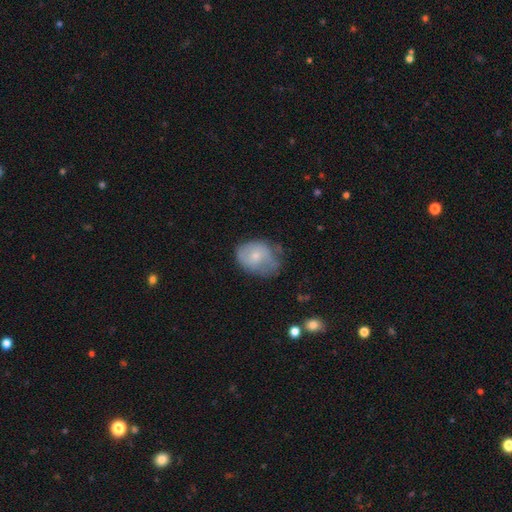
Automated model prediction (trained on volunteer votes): The model was most divided on "merging": none: 42%, minor disturbance: 37%, major disturbance: 18%, merger: 2%. More confident: smooth or featured — smooth (59%); how rounded — in between (57%).